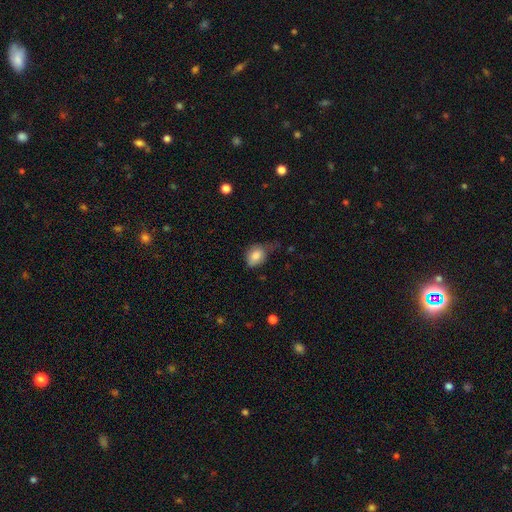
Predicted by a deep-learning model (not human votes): Q: Smooth or featured?
A: smooth (81%); runner-up: featured or disk (10%)
Q: How rounded?
A: in between (64%); runner-up: round (35%)
Q: Merging?
A: none (41%); runner-up: minor disturbance (39%)